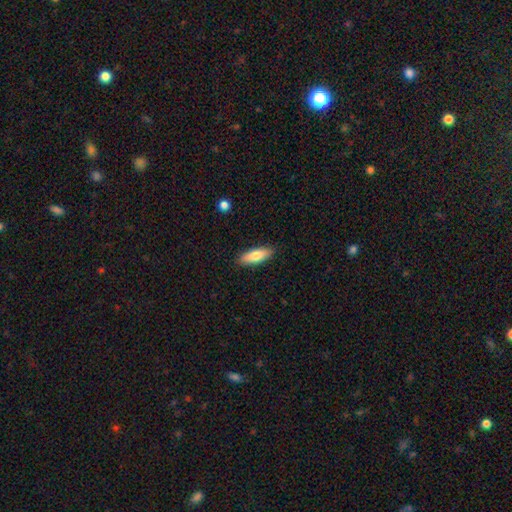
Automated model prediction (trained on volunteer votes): Smooth or featured? smooth (77%)
How rounded? in between (60%)
Merging? none (89%)